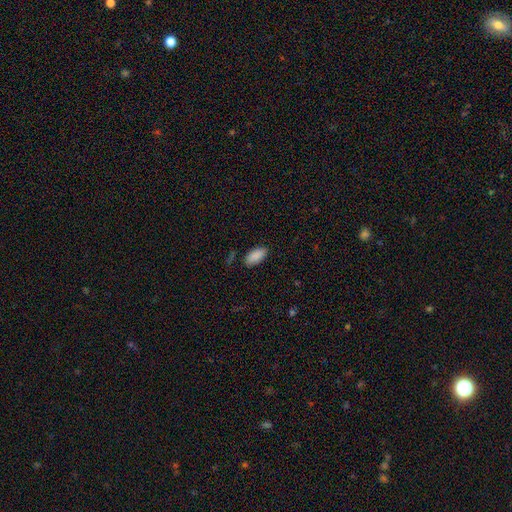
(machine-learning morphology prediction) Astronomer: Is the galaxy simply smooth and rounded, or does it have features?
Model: smooth — 89%.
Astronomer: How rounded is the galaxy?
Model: in between — 91%.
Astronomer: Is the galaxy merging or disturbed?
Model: none — 84%.